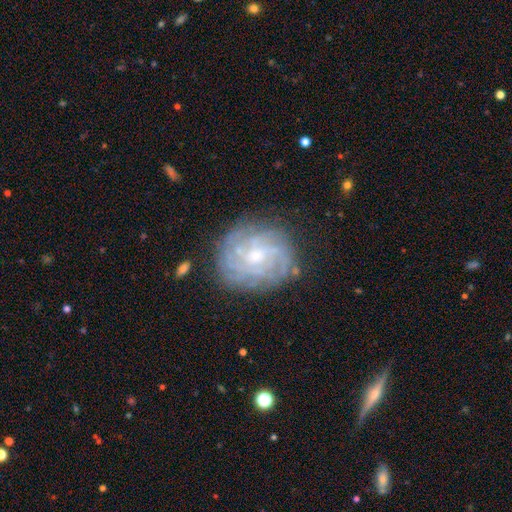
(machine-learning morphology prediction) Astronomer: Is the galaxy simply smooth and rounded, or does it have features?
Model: featured or disk — 77%.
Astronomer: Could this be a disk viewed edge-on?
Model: no — 97%.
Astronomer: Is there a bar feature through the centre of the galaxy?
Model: no — 67%.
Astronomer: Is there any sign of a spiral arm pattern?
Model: yes — 91%.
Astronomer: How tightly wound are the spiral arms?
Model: tight — 69%.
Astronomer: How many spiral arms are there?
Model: can't tell — 43% (runner-up: 4, 18%).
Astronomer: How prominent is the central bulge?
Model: small — 71%.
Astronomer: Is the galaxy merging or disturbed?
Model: none — 78%.